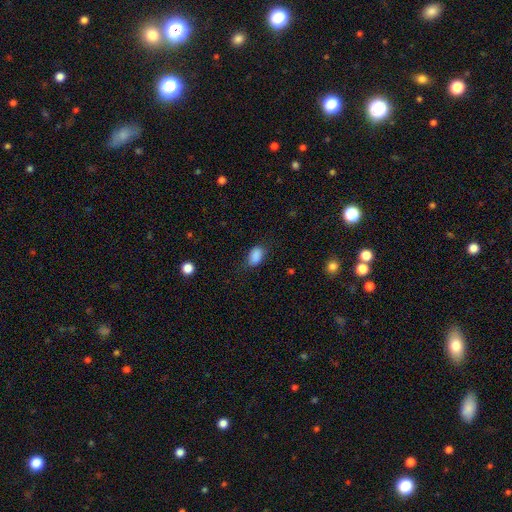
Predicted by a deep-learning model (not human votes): This appears to be a smooth galaxy with no disk features (87%) that is in between round and cigar-shaped (88%). Merging: none (72%).